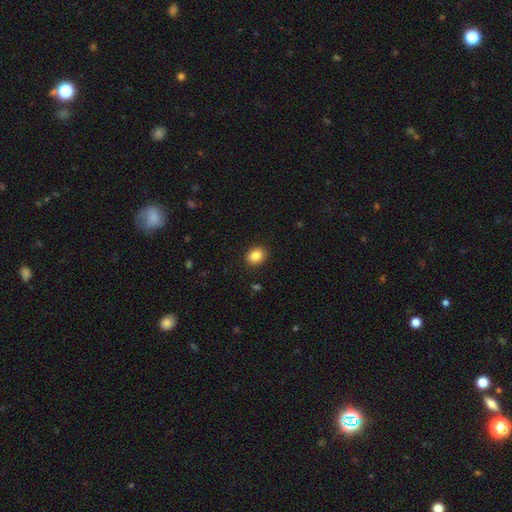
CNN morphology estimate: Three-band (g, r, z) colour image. It shows a smooth galaxy with no disk features (85%) that is round (54%). Merging: none (90%).